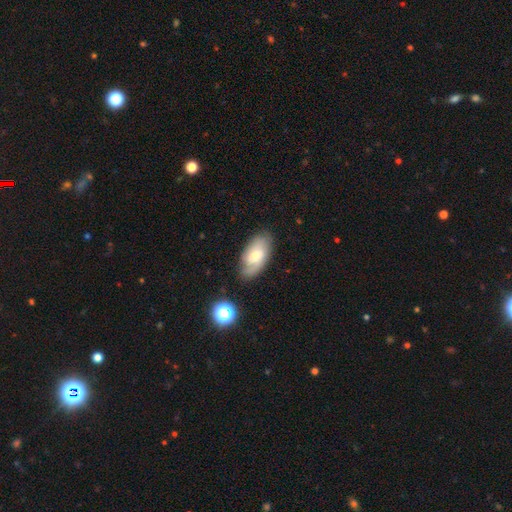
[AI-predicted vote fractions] Overall: featured or disk (47%; smooth 45%). Merging: none (70%).